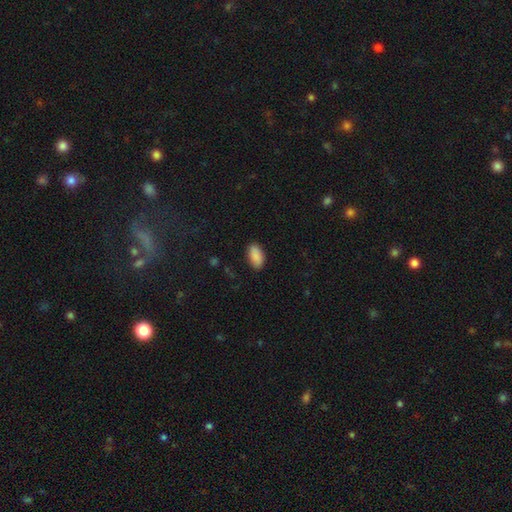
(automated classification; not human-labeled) smooth 90%, star or artifact 7%, featured or disk 4%. Down the decision tree: how rounded — in between (94%); merging — none (87%).